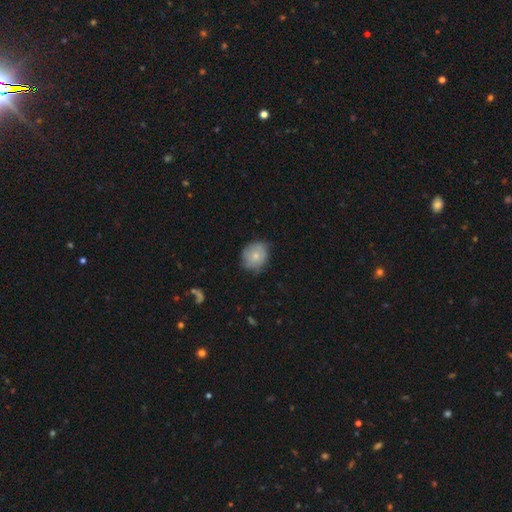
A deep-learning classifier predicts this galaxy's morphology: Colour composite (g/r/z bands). It shows a smooth galaxy with no disk features (70%) that is round (70%). Merging: none (65%).